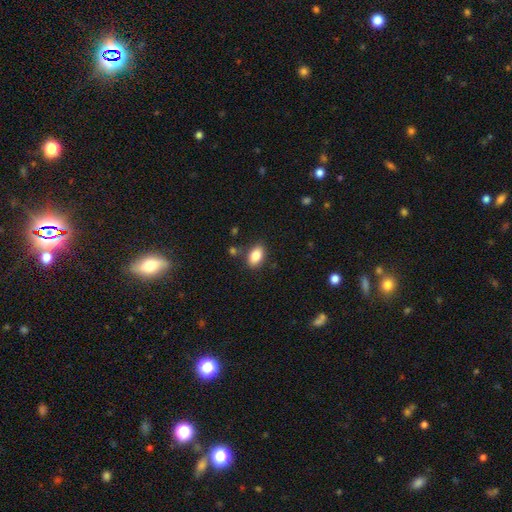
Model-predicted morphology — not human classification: Smooth or featured: smooth — 85% (star or artifact — 8%)
How rounded: in between — 90% (round — 7%)
Merging: none — 81% (minor disturbance — 12%)